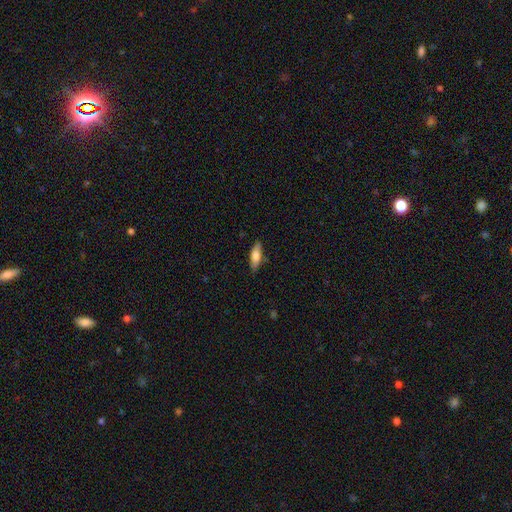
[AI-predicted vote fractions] This appears to be a smooth galaxy with no disk features (73%) that is in between round and cigar-shaped (55%). Merging: none (81%).